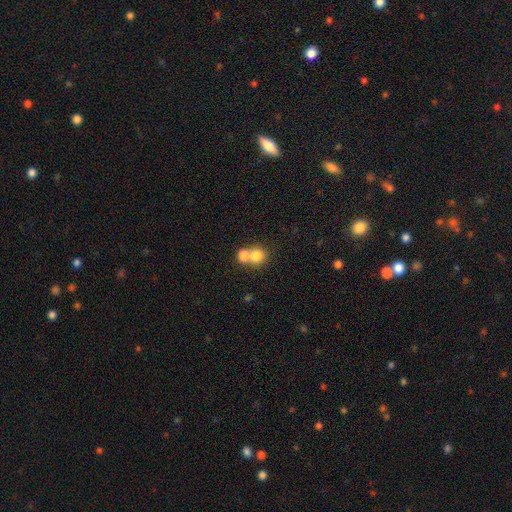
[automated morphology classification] Smooth or featured? Predicted: smooth (p=0.78). How rounded? Predicted: round (p=0.83). Merging? Predicted: merger (p=0.53).